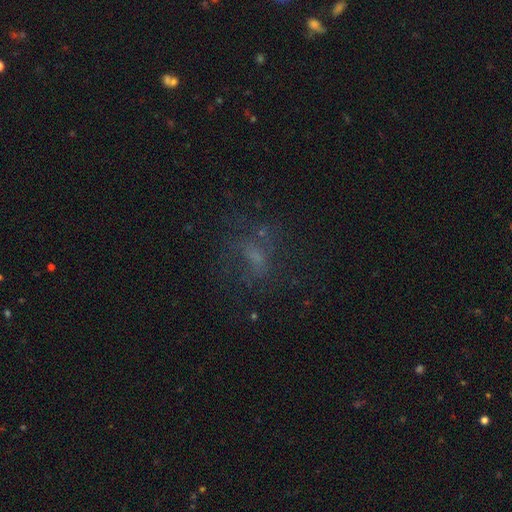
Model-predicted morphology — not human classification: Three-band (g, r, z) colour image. It shows a smooth galaxy with no disk features (38%). Merging: none (57%).